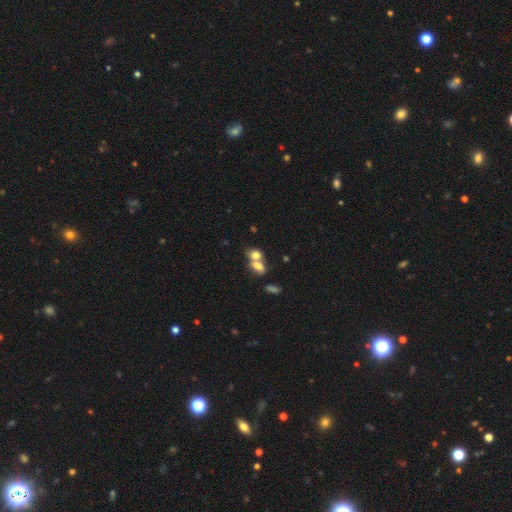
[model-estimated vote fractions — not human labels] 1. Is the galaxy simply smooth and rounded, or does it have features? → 75% smooth, 15% featured or disk, 11% star or artifact.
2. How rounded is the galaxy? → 65% in between, 32% round, 3% cigar-shaped.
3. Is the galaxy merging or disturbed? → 63% merger, 26% none, 7% minor disturbance, 4% major disturbance.